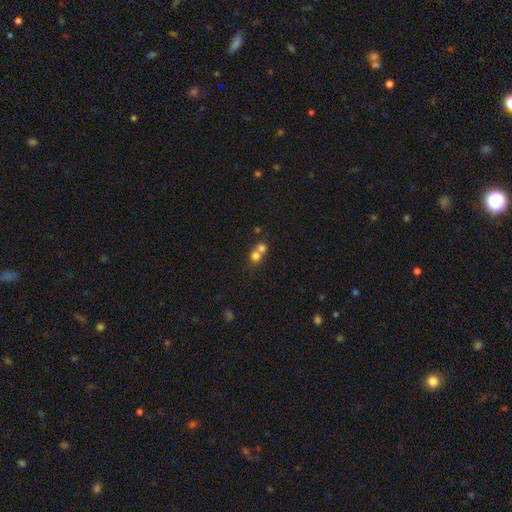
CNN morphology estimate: smooth-or-featured: smooth: 73% | featured or disk: 15% | star or artifact: 12%
  how-rounded: round: 82% | in between: 17% | cigar-shaped: 1%
  merging: merger: 64% | none: 29% | minor disturbance: 4% | major disturbance: 2%